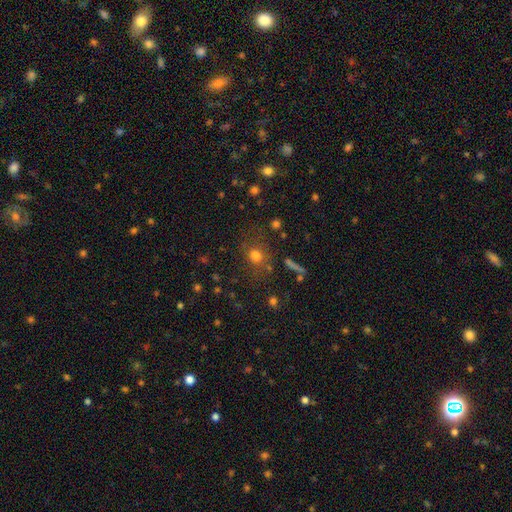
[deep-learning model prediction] This appears to be a smooth galaxy with no disk features (75%) that is round (65%). Merging: none (73%).